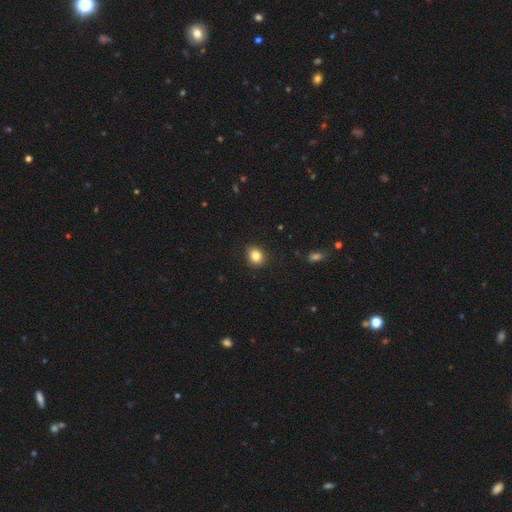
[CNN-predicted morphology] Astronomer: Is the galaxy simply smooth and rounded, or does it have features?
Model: smooth — 84%.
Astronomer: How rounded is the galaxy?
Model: round — 71%.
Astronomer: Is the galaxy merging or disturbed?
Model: none — 90%.